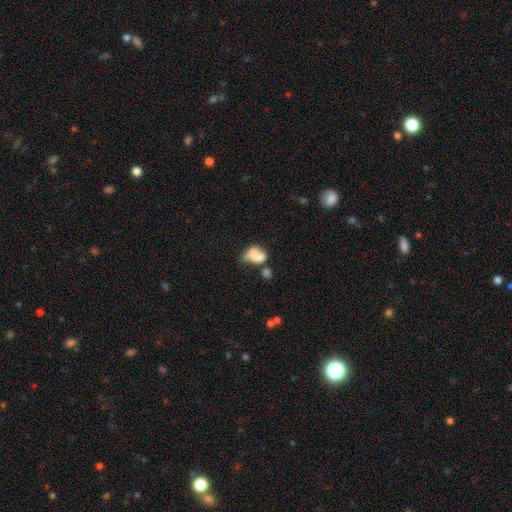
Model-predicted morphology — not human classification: This appears to be a smooth galaxy with no disk features (56%) that is in between round and cigar-shaped (76%). Merging: merger (48%).